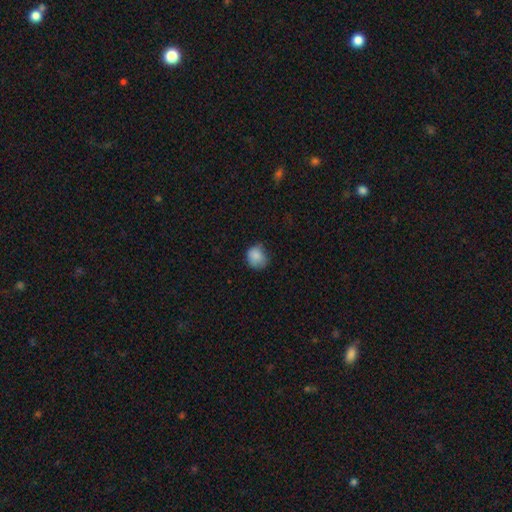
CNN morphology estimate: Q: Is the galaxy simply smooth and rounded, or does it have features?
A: smooth — 84%.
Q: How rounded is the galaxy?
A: round — 70%.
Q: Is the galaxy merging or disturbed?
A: none — 59%.